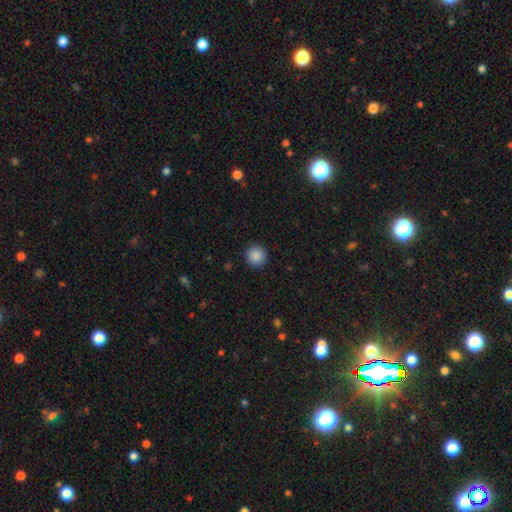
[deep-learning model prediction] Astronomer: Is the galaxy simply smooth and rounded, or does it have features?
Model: smooth — 88%.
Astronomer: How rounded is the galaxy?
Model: round — 95%.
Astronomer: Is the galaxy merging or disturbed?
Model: none — 92%.